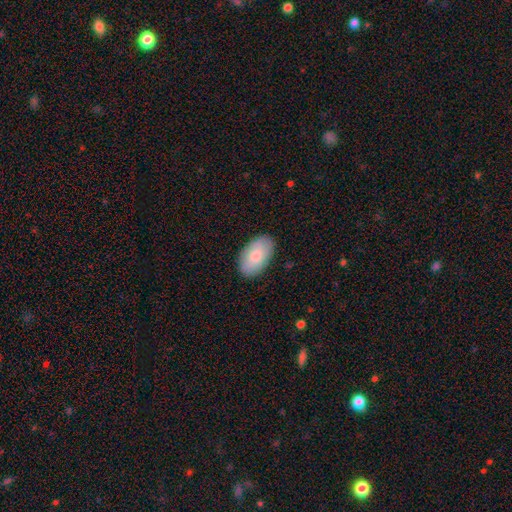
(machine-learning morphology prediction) The model was most divided on "smooth or featured": smooth: 80%, featured or disk: 14%, star or artifact: 5%. More confident: how rounded — in between (95%); merging — none (87%).